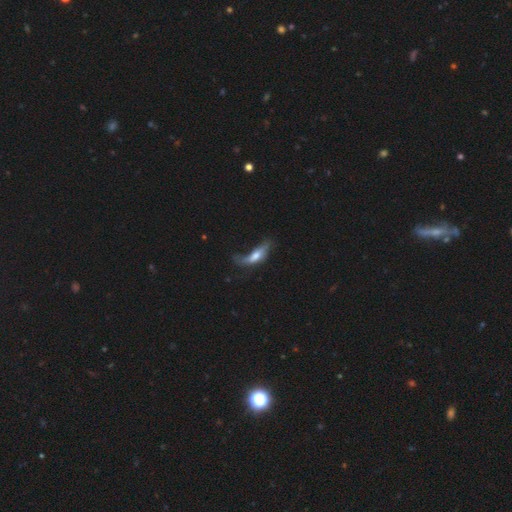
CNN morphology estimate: smooth 53%, featured or disk 38%, star or artifact 9%. Down the decision tree: how rounded — in between (54%); merging — major disturbance (44%).